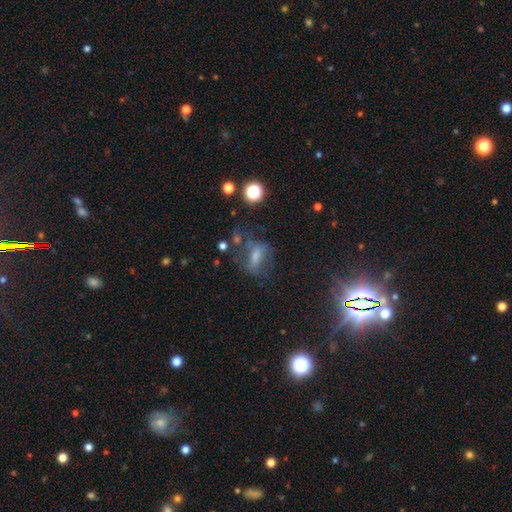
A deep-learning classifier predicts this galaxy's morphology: Smooth or featured: star or artifact — 35% (featured or disk — 34%)